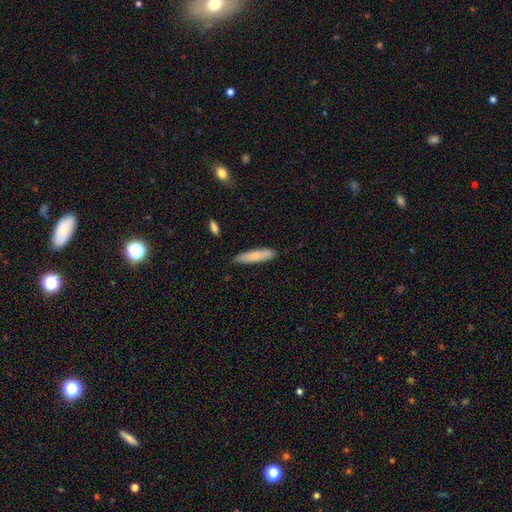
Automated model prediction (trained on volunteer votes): The model was most divided on "how rounded": cigar-shaped: 78%, in between: 21%, round: 1%. More confident: merging — none (82%); smooth or featured — smooth (81%).